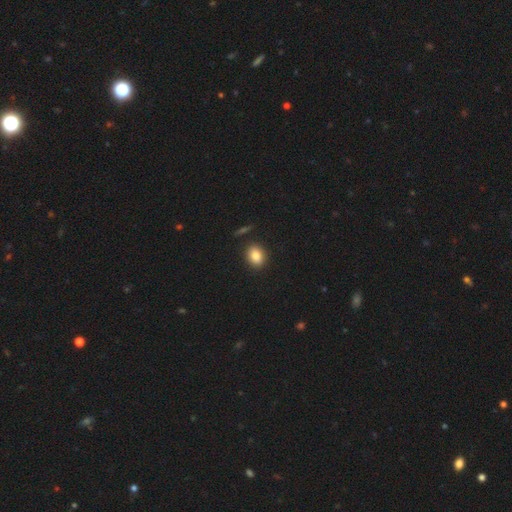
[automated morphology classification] Smooth or featured? smooth (84%)
How rounded? in between (58%)
Merging? none (88%)